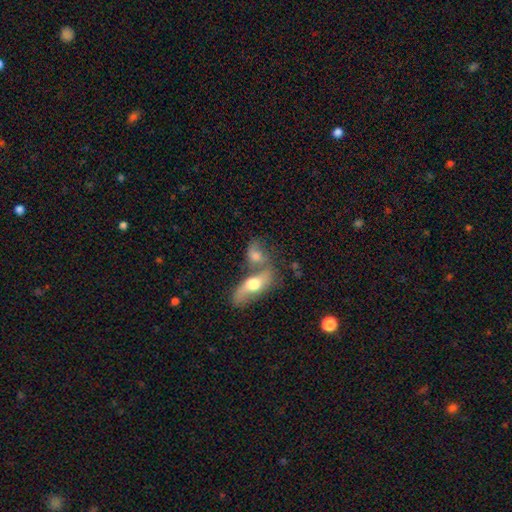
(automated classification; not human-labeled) Morphology: type=smooth (48%); merging=merger (56%).